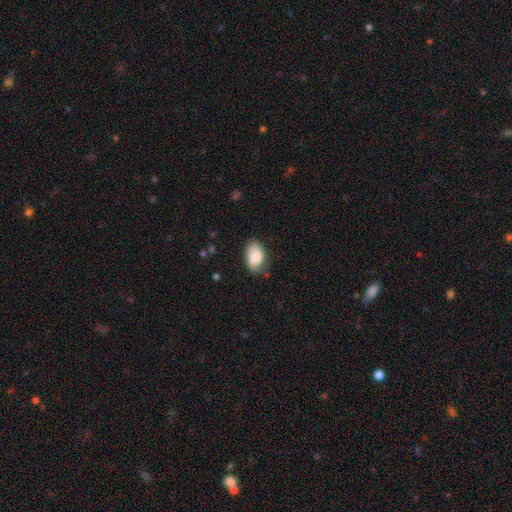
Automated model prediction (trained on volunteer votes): smooth_or_featured: smooth (p=0.84) [alt: featured or disk p=0.10]
how_rounded: in between (p=0.91) [alt: round p=0.08]
merging: none (p=0.70) [alt: minor disturbance p=0.23]